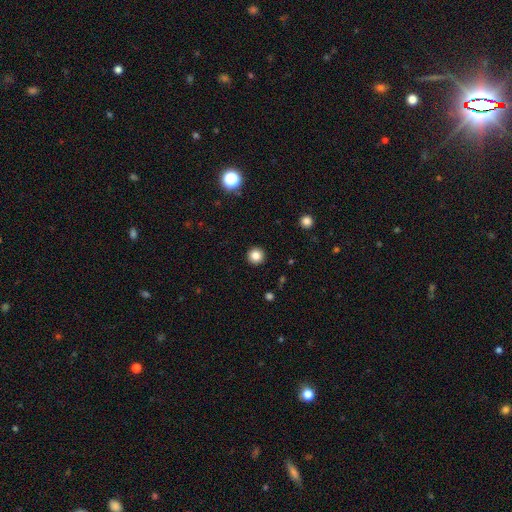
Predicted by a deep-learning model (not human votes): Smooth or featured?
  - smooth: 84% *
  - star or artifact: 11%
  - featured or disk: 5%
How rounded?
  - round: 96% *
  - in between: 4%
  - cigar-shaped: 1%
Merging?
  - none: 93% *
  - minor disturbance: 4%
  - major disturbance: 2%
  - merger: 1%